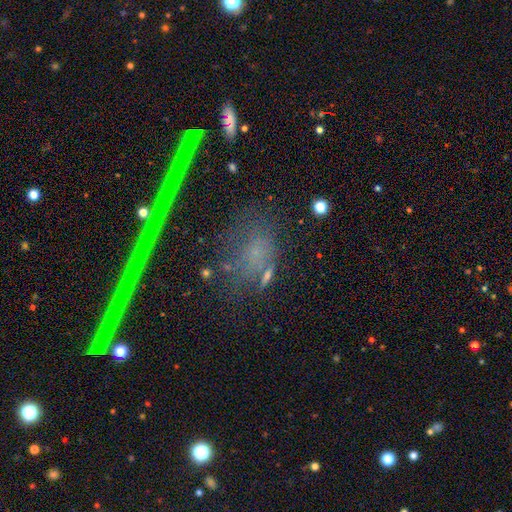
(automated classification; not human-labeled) Smooth or featured? Predicted: star or artifact (p=0.50).